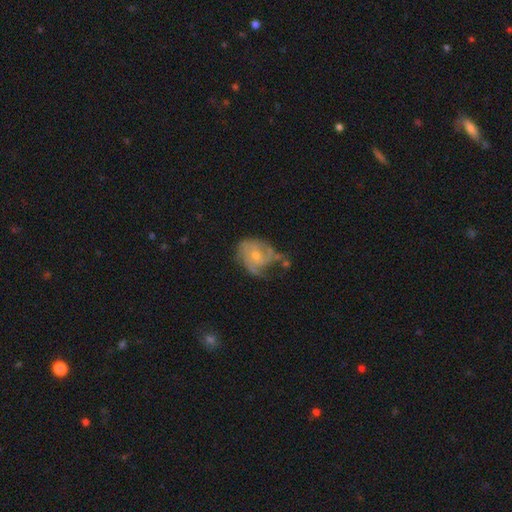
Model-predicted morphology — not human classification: smooth-or-featured: featured or disk: 76% | smooth: 18% | star or artifact: 7%
  disk-edge-on: no: 98% | yes: 2%
    bar: no: 64% | weak: 31% | strong: 5%
    has-spiral-arms: yes: 87% | no: 13%
      spiral-winding: medium: 41% (tied) | tight: 41% (tied) | loose: 18%
      spiral-arm-count: 2: 28% | can't tell: 27% | 3: 26% | 1: 8% | 4: 6% | more than 4: 4%
    bulge-size: small: 58% | moderate: 38% | none: 2% | large: 1% | dominant: 1%
  merging: none: 38% | minor disturbance: 29% | major disturbance: 27% | merger: 6%